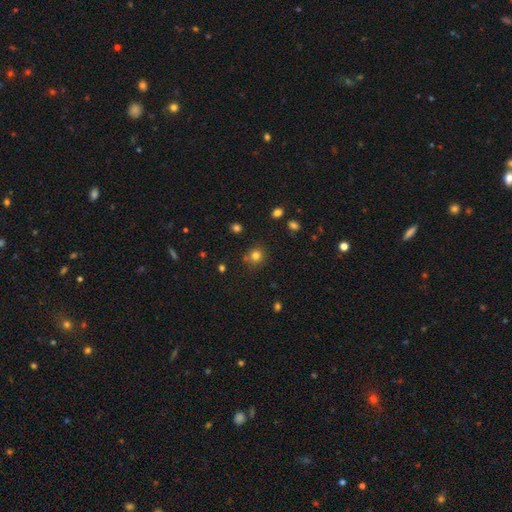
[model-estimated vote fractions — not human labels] This is likely a smooth galaxy (78%). How rounded: clearly round (88%). Merging: likely none (76%).